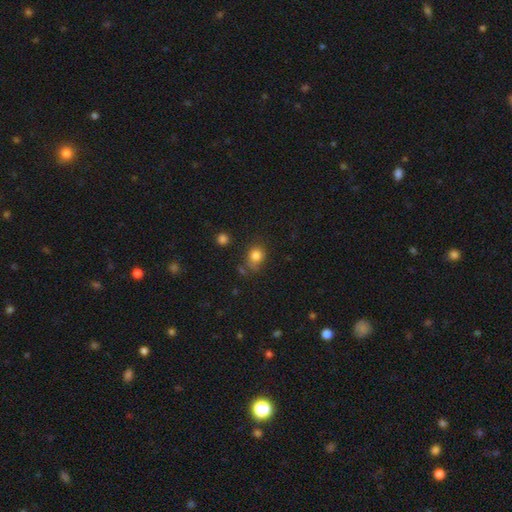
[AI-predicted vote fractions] smooth-or-featured: smooth: 82% | star or artifact: 12% | featured or disk: 6%
  how-rounded: round: 69% | in between: 30% | cigar-shaped: 1%
  merging: none: 68% | minor disturbance: 19% | merger: 7% | major disturbance: 6%